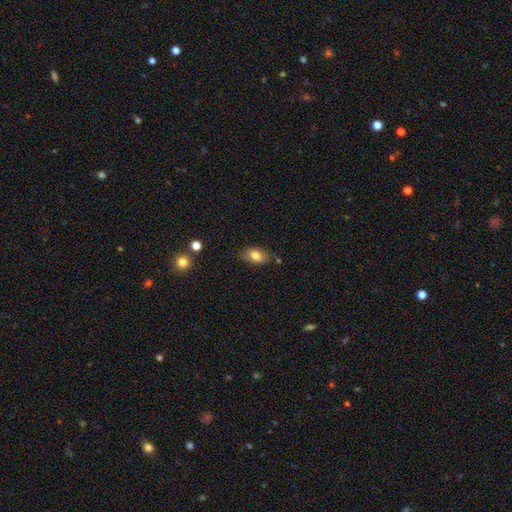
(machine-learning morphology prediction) Smooth or featured?
  - smooth: 79% *
  - featured or disk: 13%
  - star or artifact: 8%
How rounded?
  - in between: 89% *
  - round: 7%
  - cigar-shaped: 4%
Merging?
  - none: 74% *
  - minor disturbance: 18%
  - major disturbance: 4%
  - merger: 4%